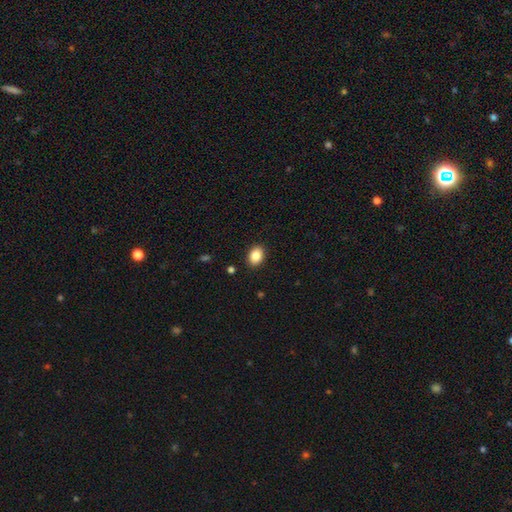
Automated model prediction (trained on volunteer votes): Smooth or featured: smooth — 88% (star or artifact — 8%)
How rounded: in between — 69% (round — 30%)
Merging: none — 90% (minor disturbance — 7%)